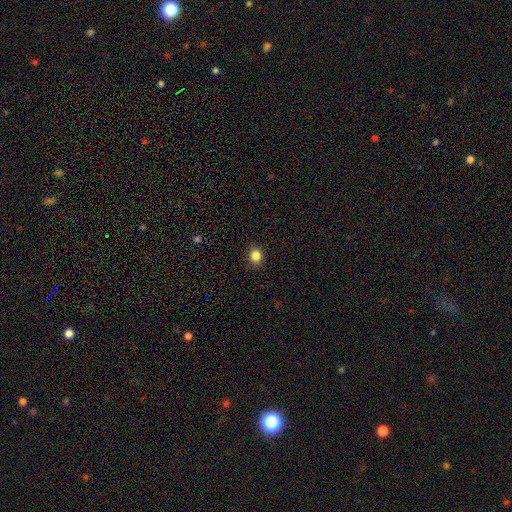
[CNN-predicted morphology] Smooth or featured? Predicted: smooth (p=0.85). How rounded? Predicted: round (p=0.72). Merging? Predicted: none (p=0.88).